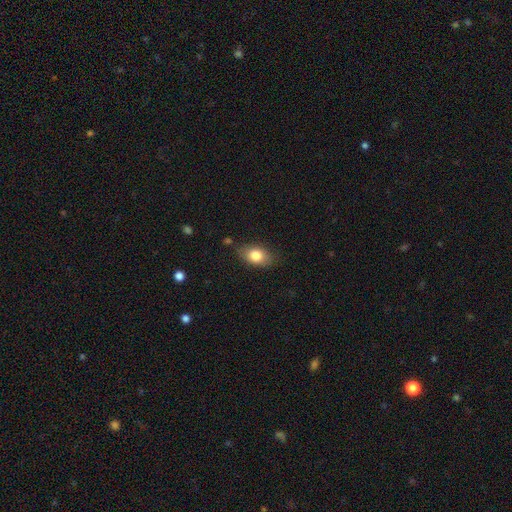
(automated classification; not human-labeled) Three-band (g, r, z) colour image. It shows a smooth galaxy with no disk features (81%) that is in between round and cigar-shaped (85%). Merging: none (76%).